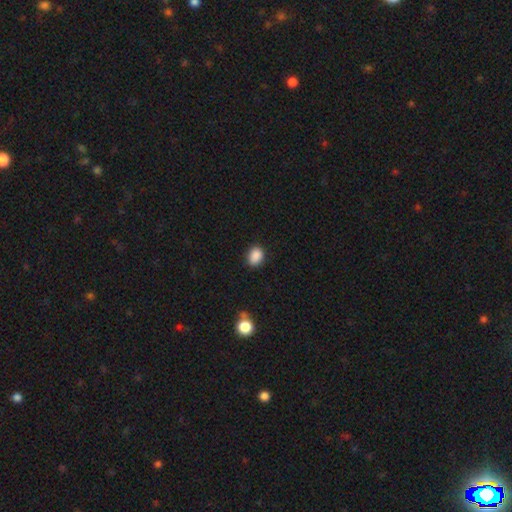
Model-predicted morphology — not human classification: A smooth galaxy with no disk features (88%) that is in between round and cigar-shaped (61%).

Vote fractions:
- Smooth or featured? smooth: 88% / star or artifact: 9% / featured or disk: 3%
- How rounded? in between: 61% / round: 37% / cigar-shaped: 1%
- Merging? none: 84% / minor disturbance: 12% / major disturbance: 3% / merger: 1%